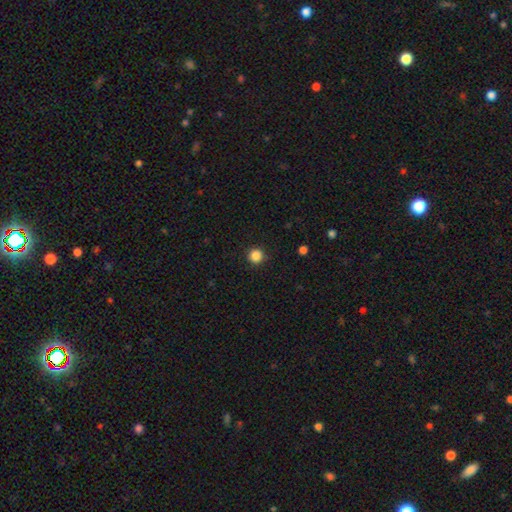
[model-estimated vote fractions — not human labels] smooth_or_featured: smooth (p=0.86) [alt: star or artifact p=0.11]
how_rounded: round (p=0.95) [alt: in between p=0.04]
merging: none (p=0.92) [alt: minor disturbance p=0.05]